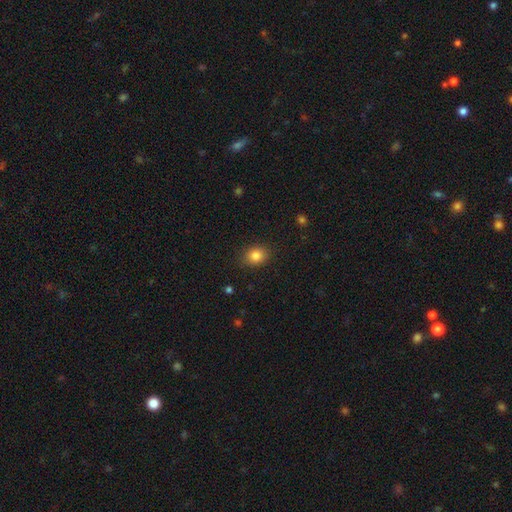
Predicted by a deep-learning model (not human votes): Overall: smooth (84%). How rounded: in between (51%; round 48%). Merging: none (87%).